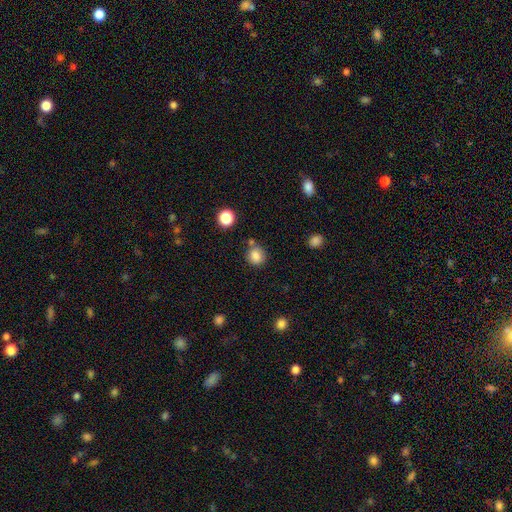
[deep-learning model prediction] Morphology: type=smooth (84%); roundness=round (79%); merging=none (71%).